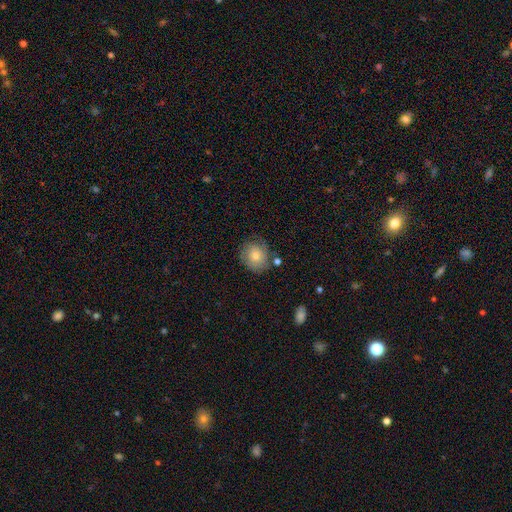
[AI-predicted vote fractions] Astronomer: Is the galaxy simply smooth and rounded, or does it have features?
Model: smooth — 70%.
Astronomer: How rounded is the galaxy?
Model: round — 77%.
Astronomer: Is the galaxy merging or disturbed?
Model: none — 70%.